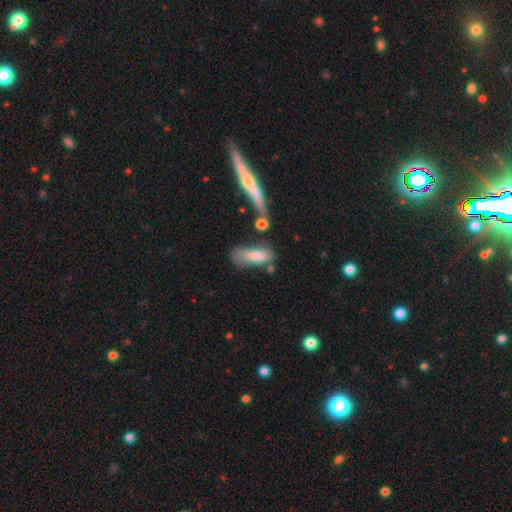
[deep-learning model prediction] smooth-or-featured: smooth: 71% | featured or disk: 21% | star or artifact: 8%
  how-rounded: in between: 56% | cigar-shaped: 41% | round: 3%
  merging: none: 35% | minor disturbance: 25% | merger: 24% | major disturbance: 16%